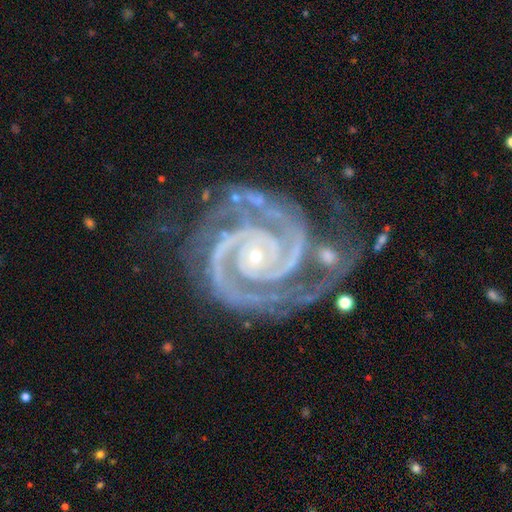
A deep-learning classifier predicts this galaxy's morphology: featured or disk 94%, star or artifact 4%, smooth 2%. Down the decision tree: edge-on disk — no (98%); bar — no (69%); spiral arms — yes (99%); spiral arm count — 2 (82%); spiral winding — tight (82%); bulge size — small (85%); merging — none (61%).